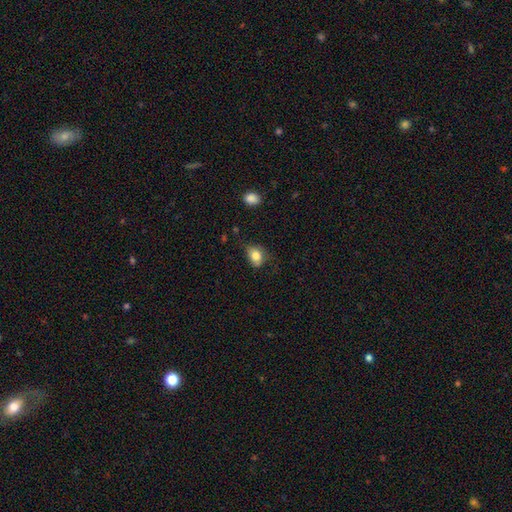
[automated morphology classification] A smooth galaxy with no disk features (82%) that is in between round and cigar-shaped (70%). Merging: none (56%).